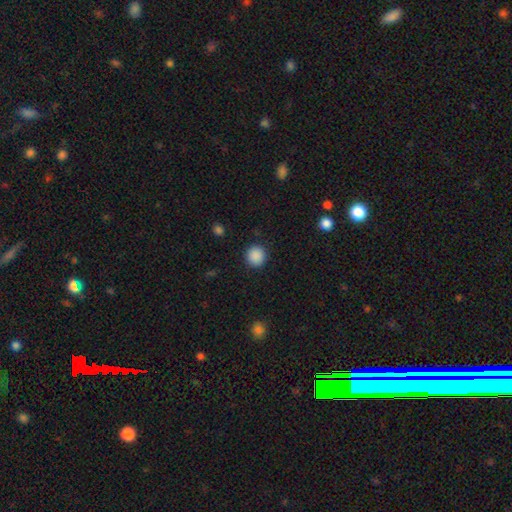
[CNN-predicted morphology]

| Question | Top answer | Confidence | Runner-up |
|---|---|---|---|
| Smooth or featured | smooth | 89% | star or artifact (9%) |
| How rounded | round | 93% | in between (6%) |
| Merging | none | 91% | minor disturbance (6%) |